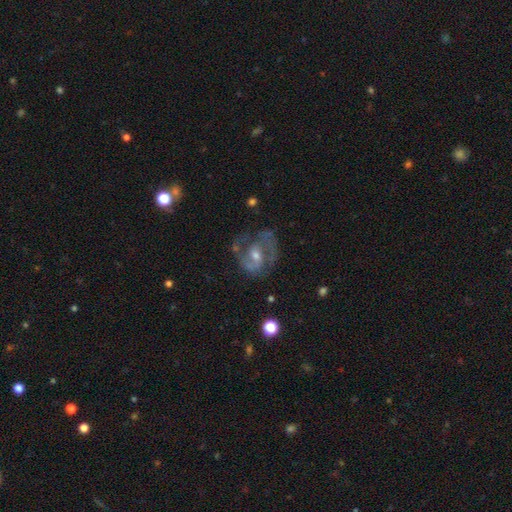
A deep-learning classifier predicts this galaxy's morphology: Q: Smooth or featured?
A: featured or disk (82%); runner-up: smooth (10%)
Q: Edge-on disk?
A: no (97%); runner-up: yes (3%)
Q: Bar?
A: weak (43%); runner-up: no (41%)
Q: Spiral arms?
A: yes (89%); runner-up: no (11%)
Q: Spiral winding?
A: medium (53%); runner-up: tight (30%)
Q: Spiral arm count?
A: 2 (77%); runner-up: can't tell (11%)
Q: Bulge size?
A: moderate (52%); runner-up: small (41%)
Q: Merging?
A: none (65%); runner-up: minor disturbance (18%)